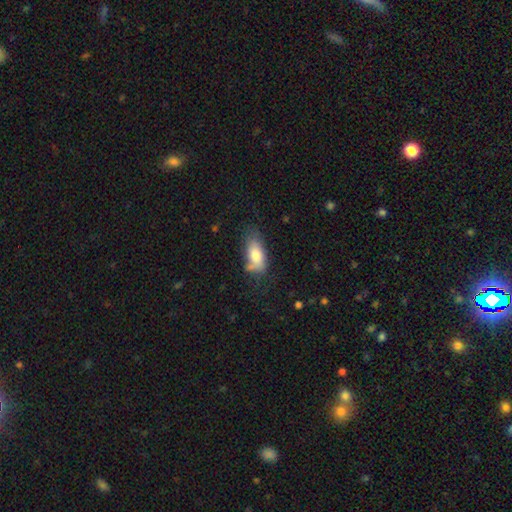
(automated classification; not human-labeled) A smooth galaxy with no disk features (77%) that is in between round and cigar-shaped (89%).

Vote fractions:
- Smooth or featured? smooth: 77% / featured or disk: 16% / star or artifact: 7%
- How rounded? in between: 89% / cigar-shaped: 7% / round: 4%
- Merging? none: 49% / minor disturbance: 30% / major disturbance: 12% / merger: 9%